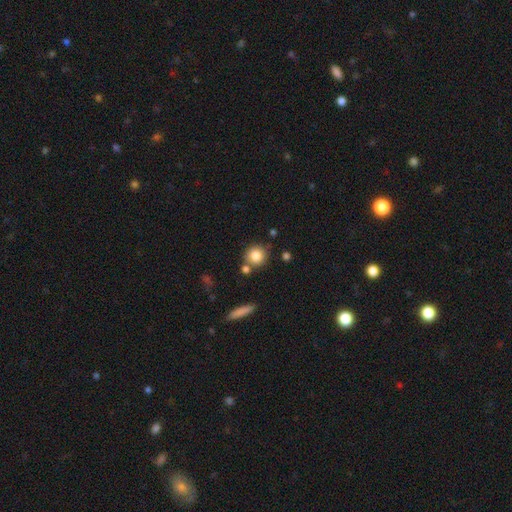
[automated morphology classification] Smooth or featured: smooth — 82% (star or artifact — 10%)
How rounded: round — 89% (in between — 10%)
Merging: none — 74% (merger — 13%)